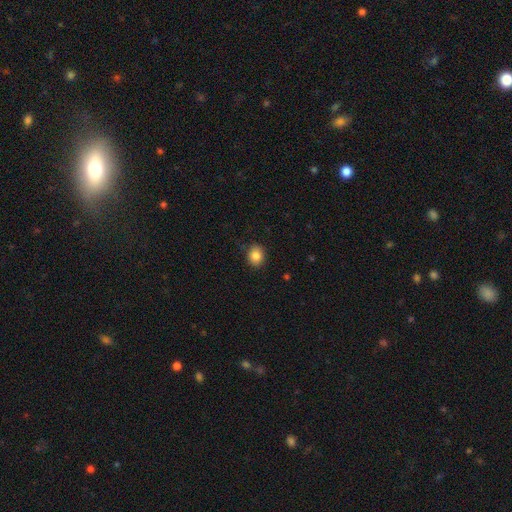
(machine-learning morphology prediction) A smooth galaxy with no disk features (86%) that is round (60%).

Vote fractions:
- Smooth or featured? smooth: 86% / star or artifact: 9% / featured or disk: 5%
- How rounded? round: 60% / in between: 39% / cigar-shaped: 1%
- Merging? none: 84% / minor disturbance: 12% / major disturbance: 3% / merger: 1%